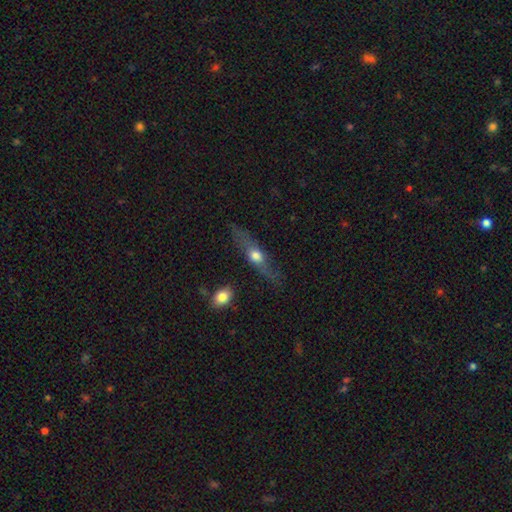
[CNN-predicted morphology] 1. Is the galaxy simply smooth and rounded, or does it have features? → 58% featured or disk, 35% smooth, 7% star or artifact.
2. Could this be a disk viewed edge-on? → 74% yes, 26% no.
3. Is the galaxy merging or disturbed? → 68% none, 19% minor disturbance, 9% major disturbance, 3% merger.